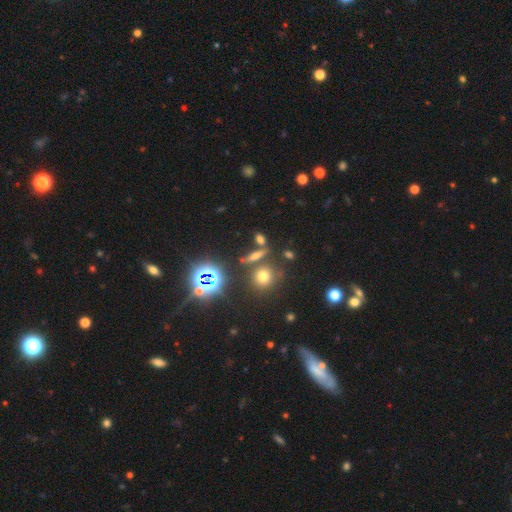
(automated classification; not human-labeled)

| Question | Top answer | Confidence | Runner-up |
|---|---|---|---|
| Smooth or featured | smooth | 49% | star or artifact (32%) |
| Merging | none | 71% | merger (15%) |